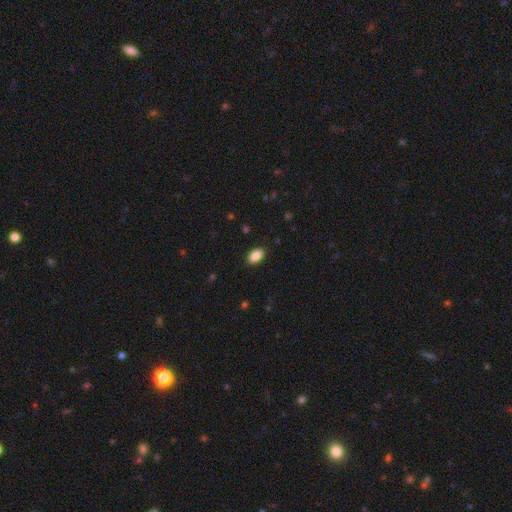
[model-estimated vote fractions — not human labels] This is clearly a smooth galaxy (88%). How rounded: clearly in between (92%). Merging: clearly none (89%).